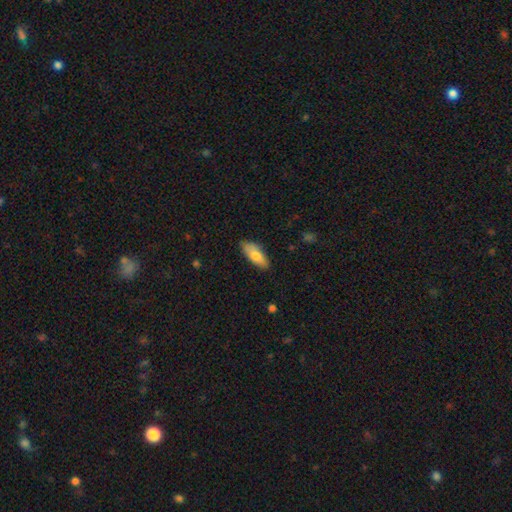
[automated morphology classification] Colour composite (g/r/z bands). It shows a smooth galaxy with no disk features (76%) that is in between round and cigar-shaped (75%). Merging: none (84%).